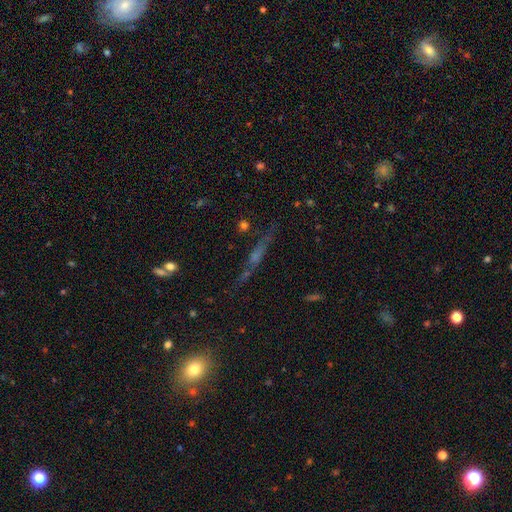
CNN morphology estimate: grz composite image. It shows a featured or disk galaxy (46%). Merging: none (73%).